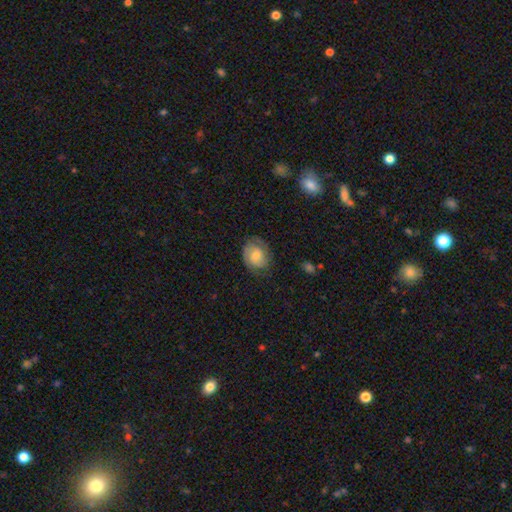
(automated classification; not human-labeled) Q: Smooth or featured?
A: smooth (54%); runner-up: featured or disk (39%)
Q: How rounded?
A: round (56%); runner-up: in between (43%)
Q: Merging?
A: none (71%); runner-up: minor disturbance (21%)